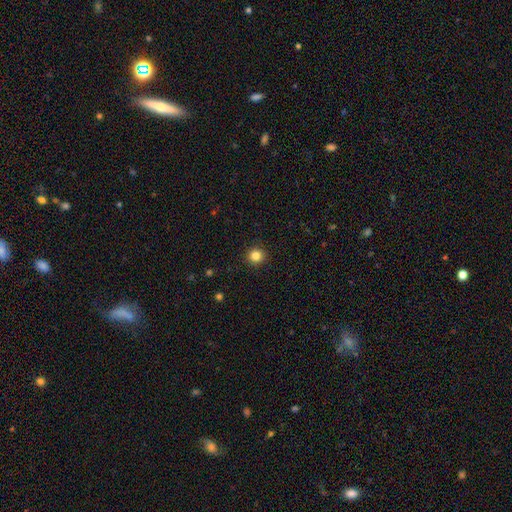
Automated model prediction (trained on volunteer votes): smooth_or_featured: smooth (p=0.84) [alt: star or artifact p=0.12]
how_rounded: round (p=0.94) [alt: in between p=0.05]
merging: none (p=0.93) [alt: minor disturbance p=0.05]